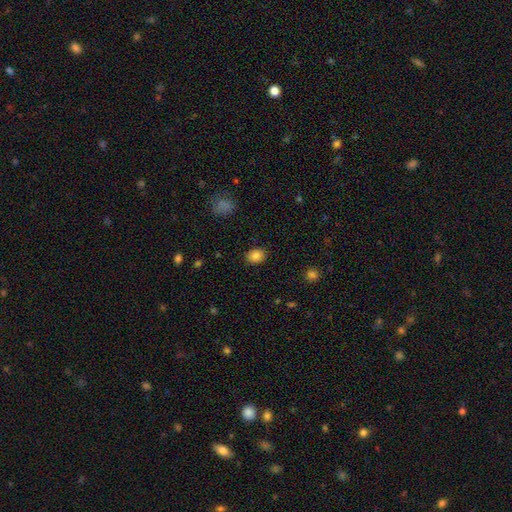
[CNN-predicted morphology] A smooth galaxy with no disk features (84%) that is in between round and cigar-shaped (51%). Merging: none (87%).